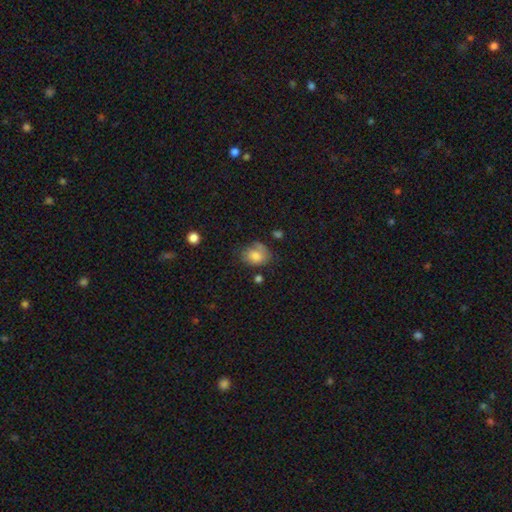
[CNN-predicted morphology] This appears to be a smooth galaxy with no disk features (74%) that is in between round and cigar-shaped (59%). Merging: none (52%).